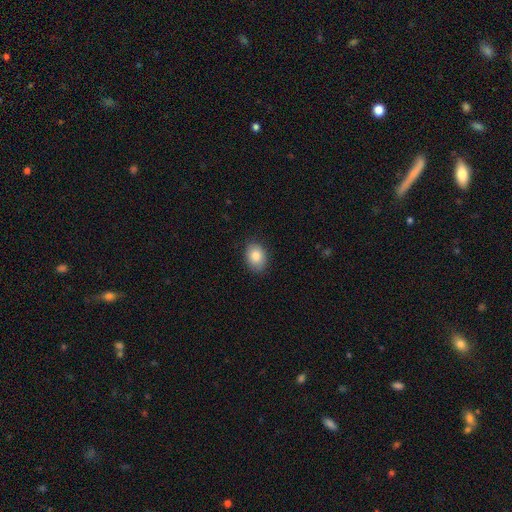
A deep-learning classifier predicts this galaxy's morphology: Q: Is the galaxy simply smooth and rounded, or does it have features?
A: smooth — 85%.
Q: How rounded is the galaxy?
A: in between — 71%.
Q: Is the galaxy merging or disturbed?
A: none — 85%.